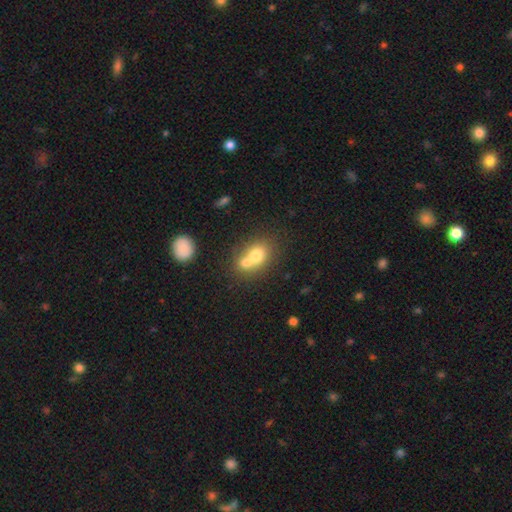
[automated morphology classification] A smooth galaxy with no disk features (70%) that is round (56%). Merging: merger (64%).